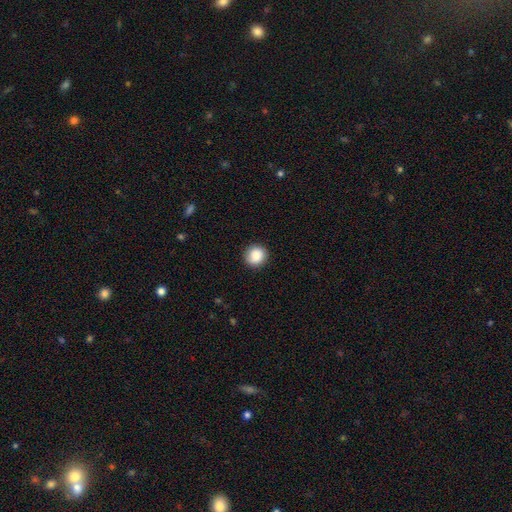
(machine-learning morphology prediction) smooth_or_featured: smooth (p=0.87) [alt: star or artifact p=0.08]
how_rounded: round (p=0.91) [alt: in between p=0.08]
merging: none (p=0.90) [alt: minor disturbance p=0.07]